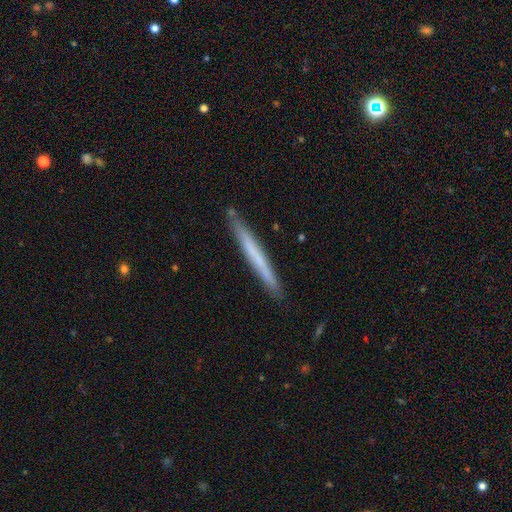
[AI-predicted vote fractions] Q: Smooth or featured?
A: smooth (57%); runner-up: featured or disk (38%)
Q: How rounded?
A: cigar-shaped (97%); runner-up: in between (2%)
Q: Merging?
A: none (89%); runner-up: minor disturbance (8%)